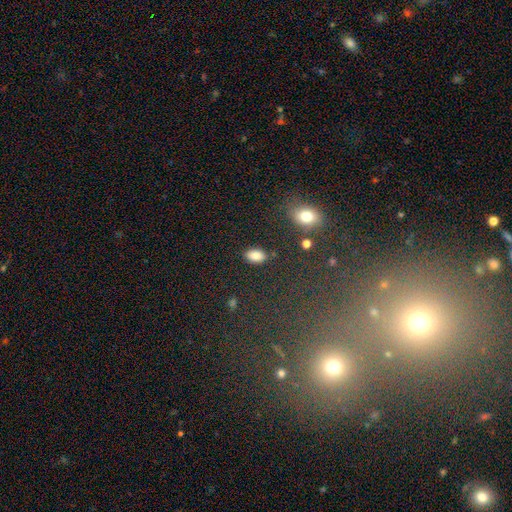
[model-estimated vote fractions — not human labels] This is clearly a smooth galaxy (85%). How rounded: clearly in between (91%). Merging: clearly none (85%).